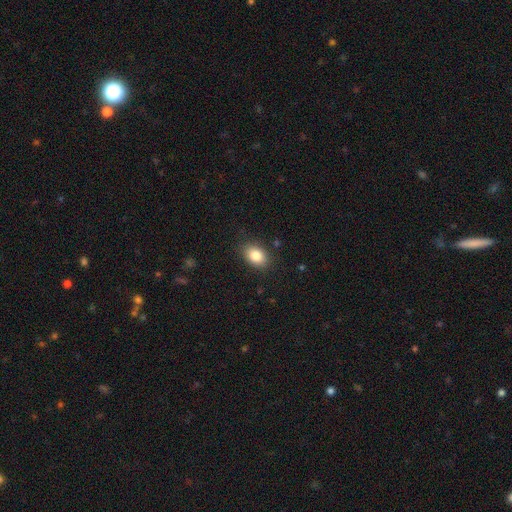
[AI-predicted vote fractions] smooth_or_featured: smooth (p=0.84) [alt: star or artifact p=0.09]
how_rounded: in between (p=0.79) [alt: round p=0.20]
merging: none (p=0.85) [alt: minor disturbance p=0.11]